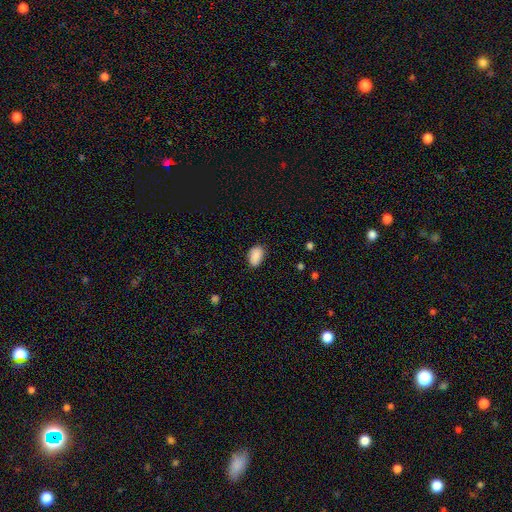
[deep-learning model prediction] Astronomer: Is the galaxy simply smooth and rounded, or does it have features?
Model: smooth — 89%.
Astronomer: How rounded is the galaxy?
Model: in between — 90%.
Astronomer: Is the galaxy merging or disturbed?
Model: none — 80%.